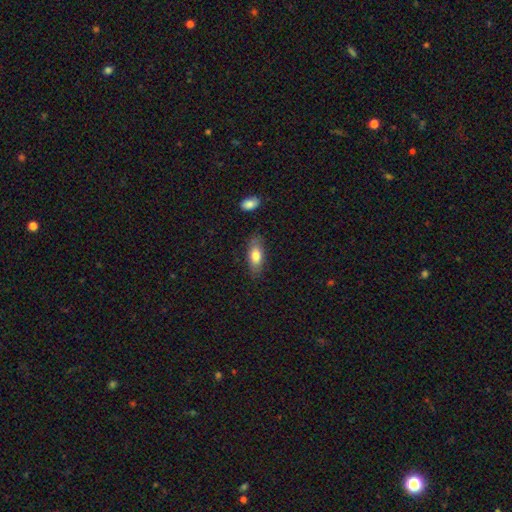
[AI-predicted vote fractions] Smooth or featured? smooth (76%)
How rounded? in between (82%)
Merging? none (80%)